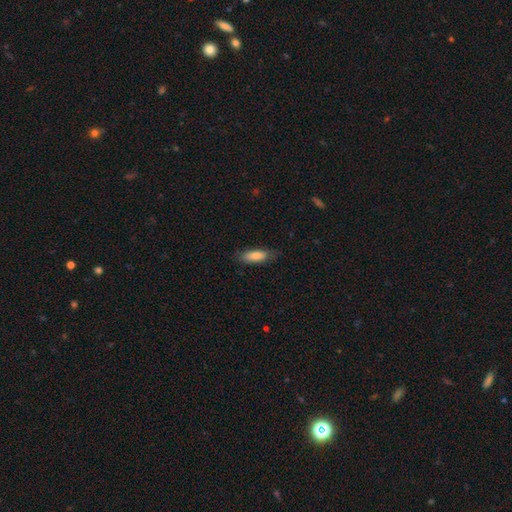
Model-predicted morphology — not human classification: smooth-or-featured: smooth: 82% | featured or disk: 12% | star or artifact: 6%
  how-rounded: in between: 65% | cigar-shaped: 33% | round: 2%
  merging: none: 76% | minor disturbance: 18% | major disturbance: 4% | merger: 1%